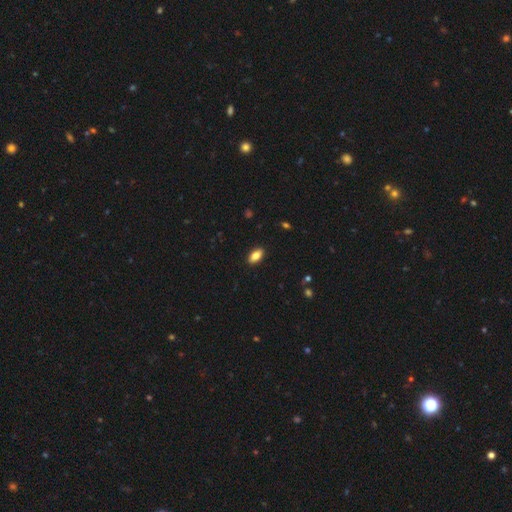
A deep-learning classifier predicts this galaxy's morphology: Overall: smooth (83%). How rounded: in between (89%). Merging: none (90%).